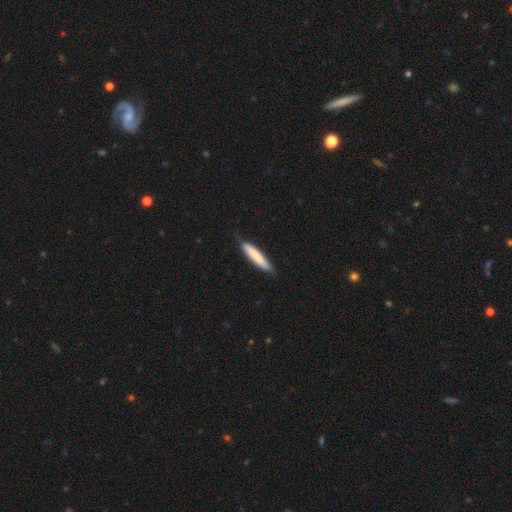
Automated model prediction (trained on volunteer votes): The model was most divided on "merging": none: 76%, minor disturbance: 20%, major disturbance: 3%, merger: 1%. More confident: how rounded — cigar-shaped (85%); smooth or featured — smooth (77%).